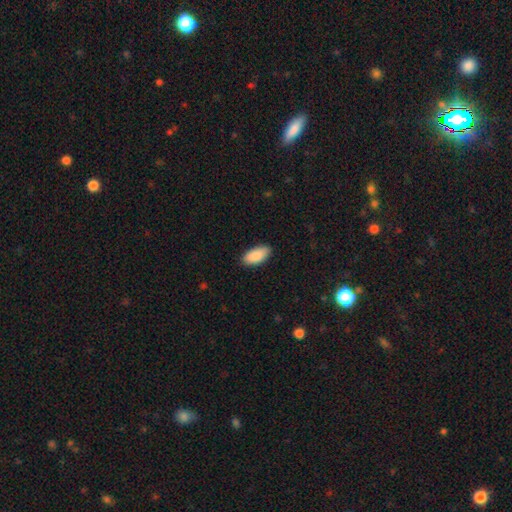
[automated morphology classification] Q: Smooth or featured?
A: smooth (90%); runner-up: star or artifact (6%)
Q: How rounded?
A: in between (91%); runner-up: cigar-shaped (7%)
Q: Merging?
A: none (88%); runner-up: minor disturbance (10%)